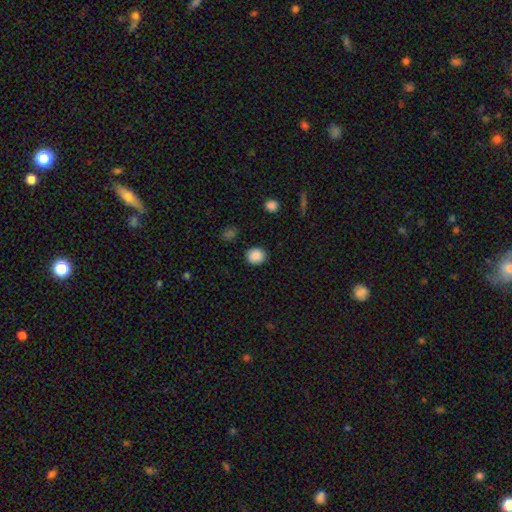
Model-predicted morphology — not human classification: Smooth or featured?
  - smooth: 88% *
  - star or artifact: 9%
  - featured or disk: 3%
How rounded?
  - round: 81% *
  - in between: 18%
  - cigar-shaped: 1%
Merging?
  - none: 90% *
  - minor disturbance: 7%
  - major disturbance: 2%
  - merger: 1%